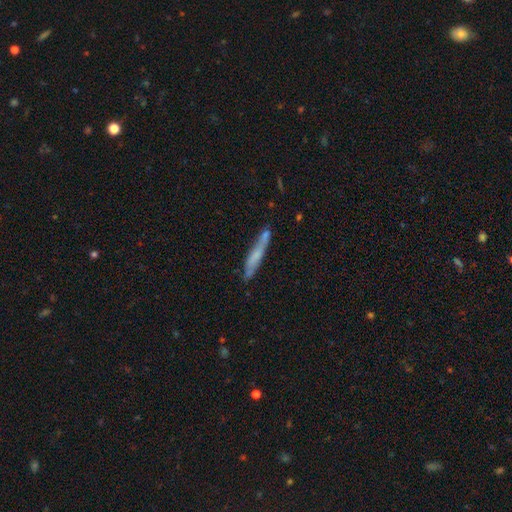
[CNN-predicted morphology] This appears to be a smooth galaxy with no disk features (54%) that is cigar-shaped (93%). Merging: none (65%).